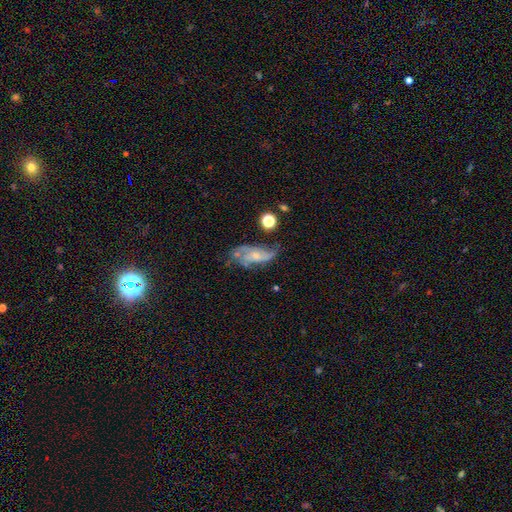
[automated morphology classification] This appears to be a featured or disk galaxy (72%) with no bar (68%), 2 (49%) medium (42%) spiral arms (86%) and a small central bulge (63%). Merging: none (49%).